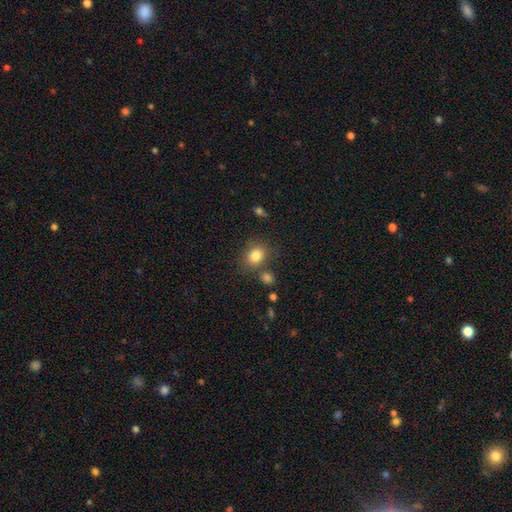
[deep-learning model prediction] This is clearly a smooth galaxy (83%). How rounded: possibly in between (52%). Merging: likely none (70%).